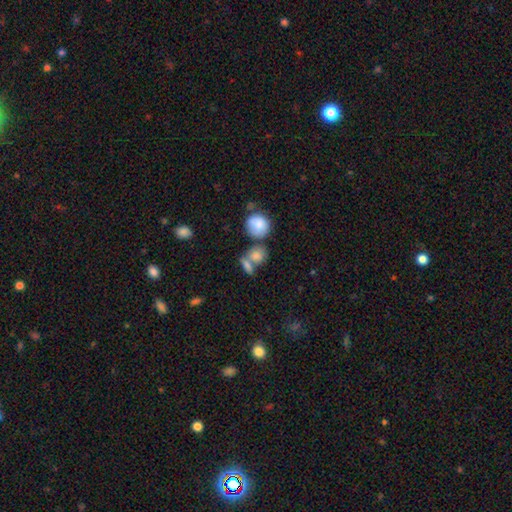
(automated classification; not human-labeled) smooth_or_featured: smooth (p=0.76) [alt: featured or disk p=0.13]
how_rounded: round (p=0.49) [alt: in between p=0.46]
merging: none (p=0.41) [tied with: merger p=0.41]